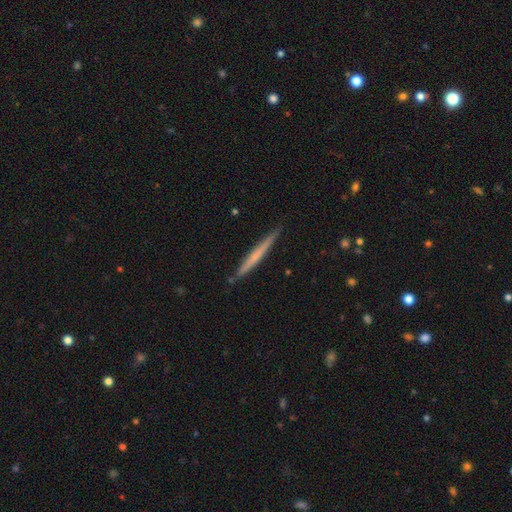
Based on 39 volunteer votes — smooth_or_featured: smooth (p=0.49) [alt: featured or disk p=0.46]
how_rounded: cigar-shaped (p=0.95) [alt: round p=0.05]
merging: none (p=0.86) [alt: minor disturbance p=0.11]